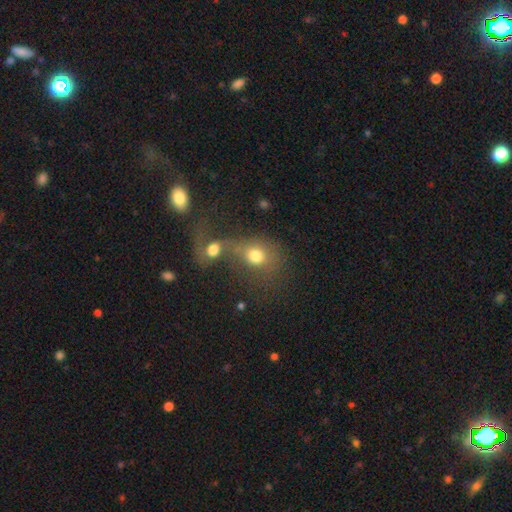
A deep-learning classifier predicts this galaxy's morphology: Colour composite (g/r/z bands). It shows a smooth galaxy with no disk features (69%) that is round (59%). Merging: merger (63%).